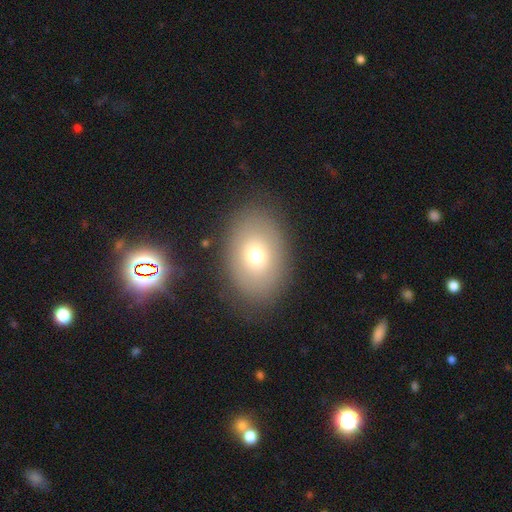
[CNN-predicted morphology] smooth_or_featured: smooth (p=0.68) [alt: featured or disk p=0.20]
how_rounded: in between (p=0.76) [alt: round p=0.23]
merging: none (p=0.83) [alt: minor disturbance p=0.10]